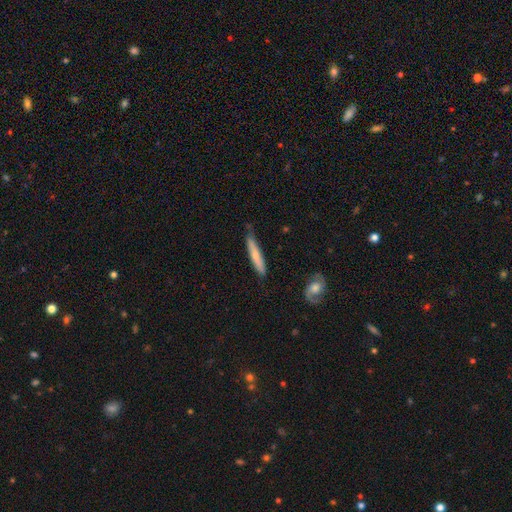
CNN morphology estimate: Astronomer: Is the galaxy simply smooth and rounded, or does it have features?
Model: smooth — 64%.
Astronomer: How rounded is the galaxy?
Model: cigar-shaped — 93%.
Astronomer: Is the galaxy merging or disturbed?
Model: none — 78%.